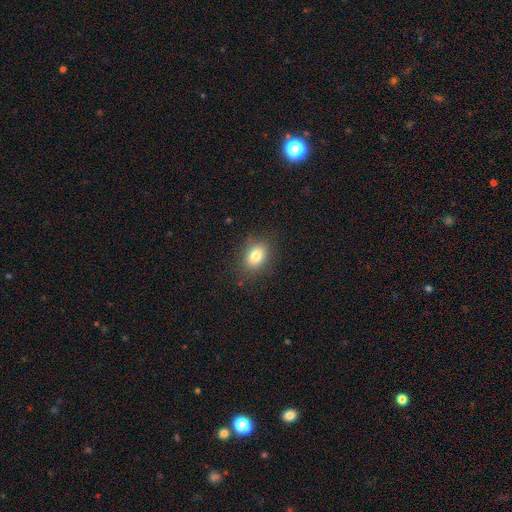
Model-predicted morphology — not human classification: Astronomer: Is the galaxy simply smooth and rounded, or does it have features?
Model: smooth — 81%.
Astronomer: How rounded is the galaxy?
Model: in between — 70%.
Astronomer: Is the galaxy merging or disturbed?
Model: none — 84%.